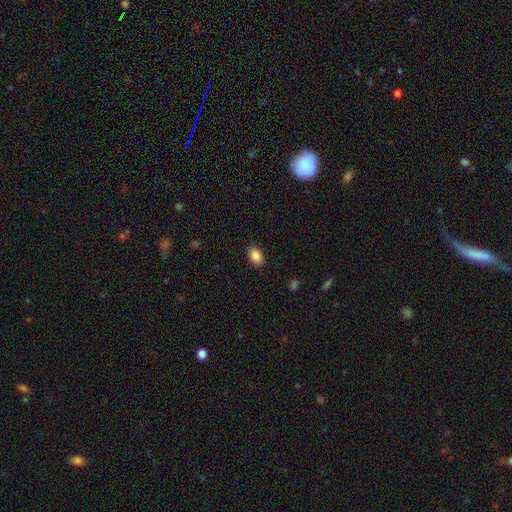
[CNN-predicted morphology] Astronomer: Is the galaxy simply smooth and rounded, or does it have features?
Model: smooth — 88%.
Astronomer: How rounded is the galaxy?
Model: in between — 86%.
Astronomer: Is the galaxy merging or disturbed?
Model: none — 87%.